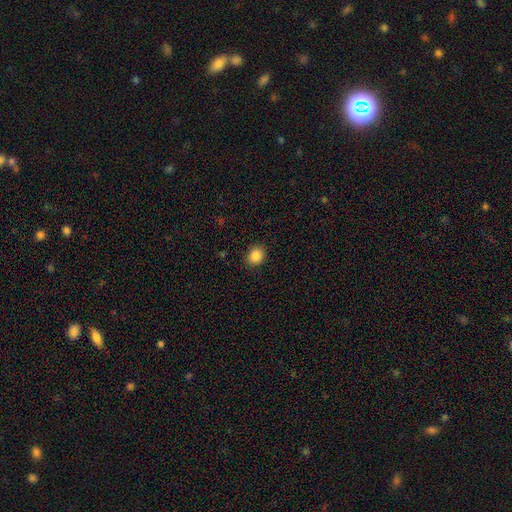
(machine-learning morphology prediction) The model was most divided on "how rounded": round: 64%, in between: 36%, cigar-shaped: 1%. More confident: merging — none (90%); smooth or featured — smooth (87%).